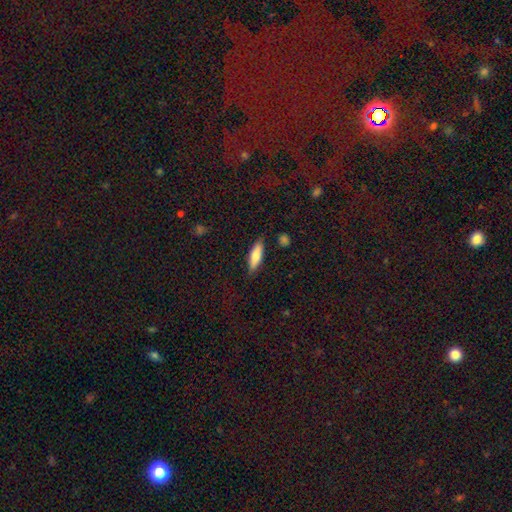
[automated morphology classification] A smooth galaxy with no disk features (76%) that is cigar-shaped (52%).

Vote fractions:
- Smooth or featured? smooth: 76% / featured or disk: 18% / star or artifact: 6%
- How rounded? cigar-shaped: 52% / in between: 46% / round: 2%
- Merging? none: 84% / minor disturbance: 11% / major disturbance: 3% / merger: 2%